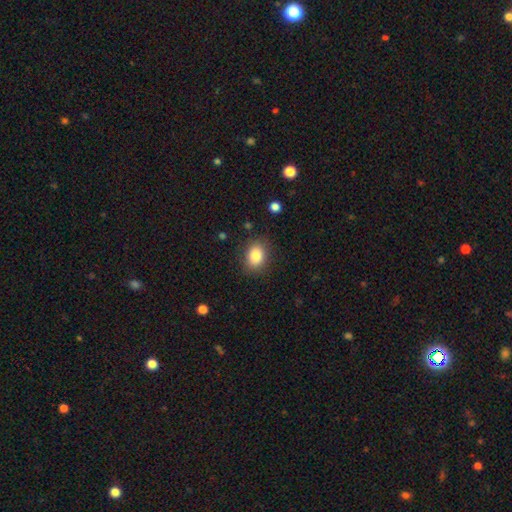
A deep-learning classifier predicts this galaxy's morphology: Smooth or featured? smooth (85%)
How rounded? in between (64%)
Merging? none (84%)